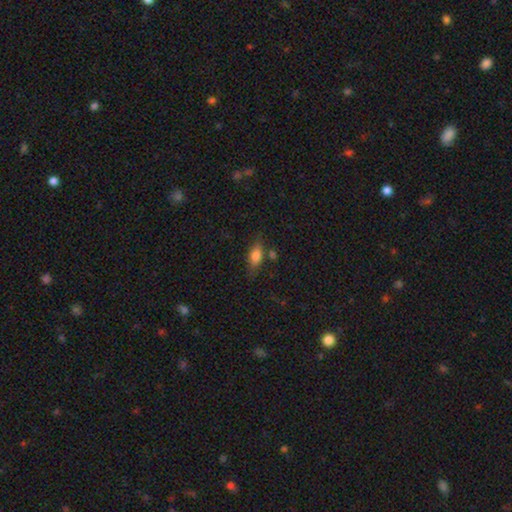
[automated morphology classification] A smooth galaxy with no disk features (76%) that is in between round and cigar-shaped (81%).

Vote fractions:
- Smooth or featured? smooth: 76% / featured or disk: 15% / star or artifact: 9%
- How rounded? in between: 81% / cigar-shaped: 14% / round: 6%
- Merging? none: 68% / minor disturbance: 19% / merger: 7% / major disturbance: 6%